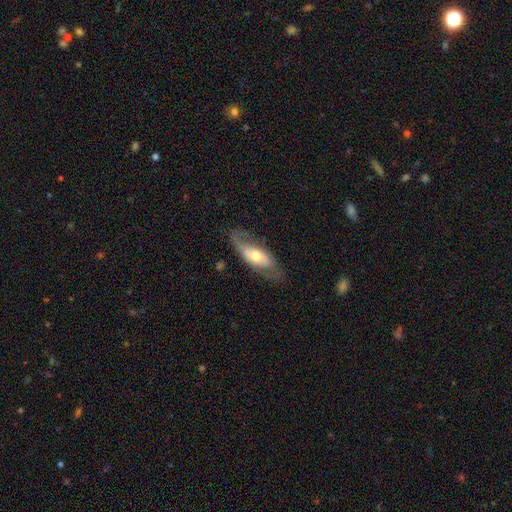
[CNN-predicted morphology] This is likely a featured or disk galaxy (60%). It is clearly not viewed edge-on (81%). Merging: likely none (66%).